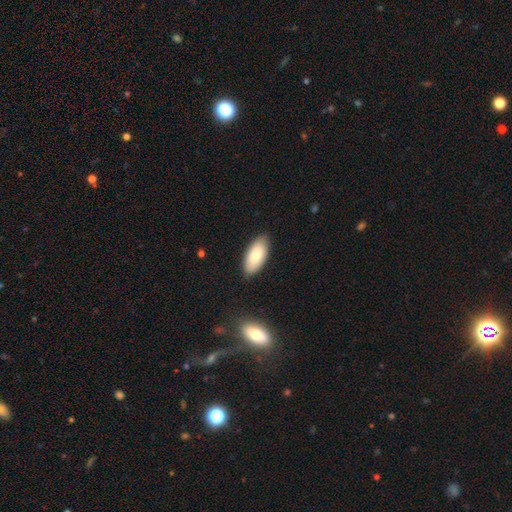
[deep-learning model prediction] smooth 83%, featured or disk 12%, star or artifact 6%. Down the decision tree: how rounded — in between (92%); merging — none (85%).